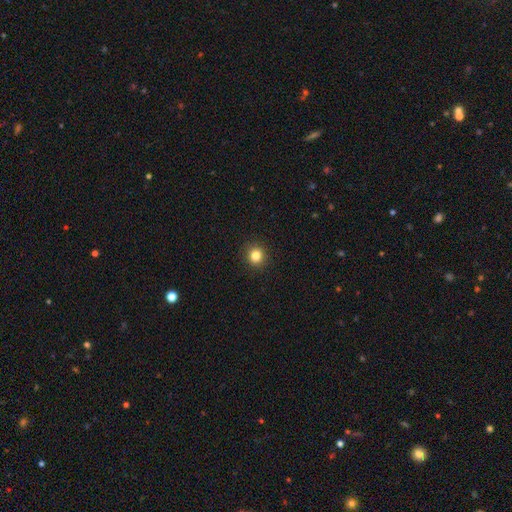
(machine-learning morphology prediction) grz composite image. It shows a smooth galaxy with no disk features (83%) that is round (91%). Merging: none (92%).